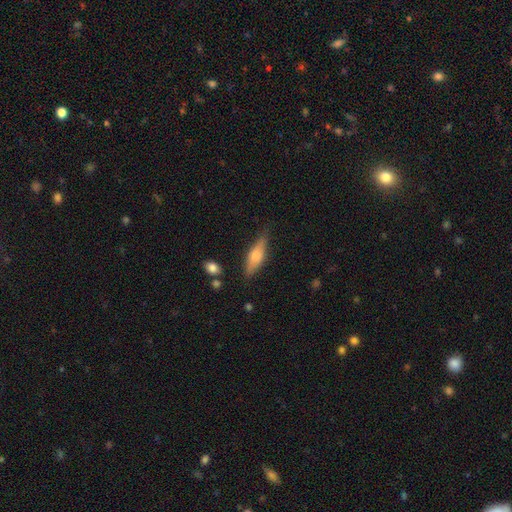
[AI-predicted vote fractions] smooth_or_featured: smooth (p=0.58) [alt: featured or disk p=0.35]
how_rounded: cigar-shaped (p=0.50) [alt: in between p=0.48]
merging: none (p=0.71) [alt: minor disturbance p=0.21]